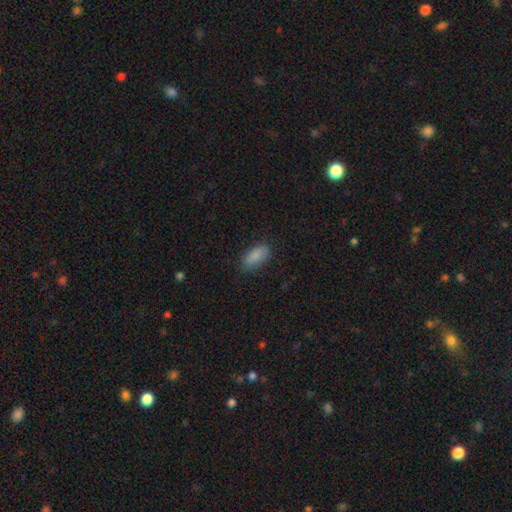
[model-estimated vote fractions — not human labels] Smooth or featured?
  - smooth: 88% *
  - star or artifact: 7%
  - featured or disk: 5%
How rounded?
  - in between: 88% *
  - cigar-shaped: 10%
  - round: 3%
Merging?
  - none: 82% *
  - minor disturbance: 14%
  - major disturbance: 3%
  - merger: 1%